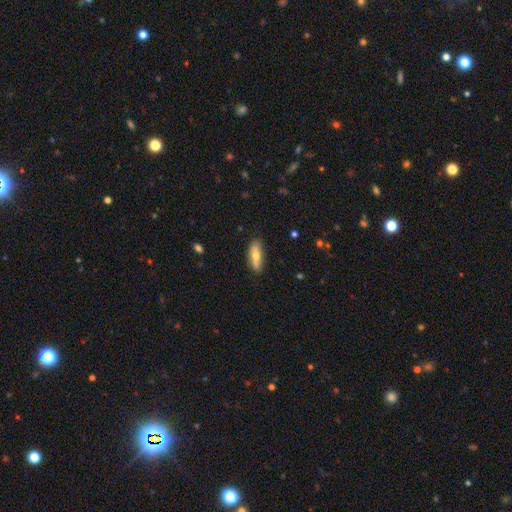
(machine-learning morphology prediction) Smooth or featured?
  - smooth: 60% *
  - featured or disk: 33%
  - star or artifact: 6%
How rounded?
  - in between: 60% *
  - cigar-shaped: 37%
  - round: 3%
Merging?
  - none: 82% *
  - minor disturbance: 14%
  - major disturbance: 3%
  - merger: 1%